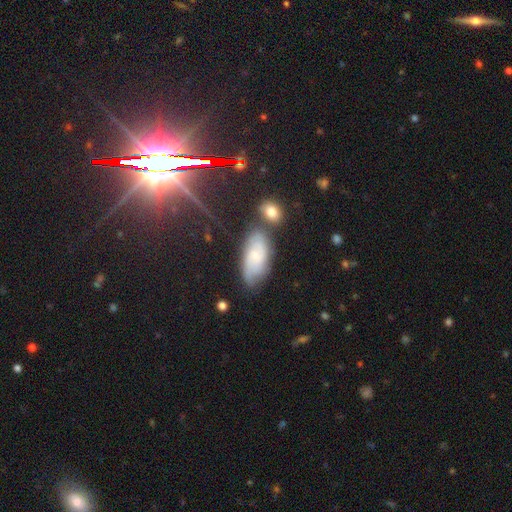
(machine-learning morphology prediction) Overall: featured or disk (47%; smooth 41%). Merging: none (64%).